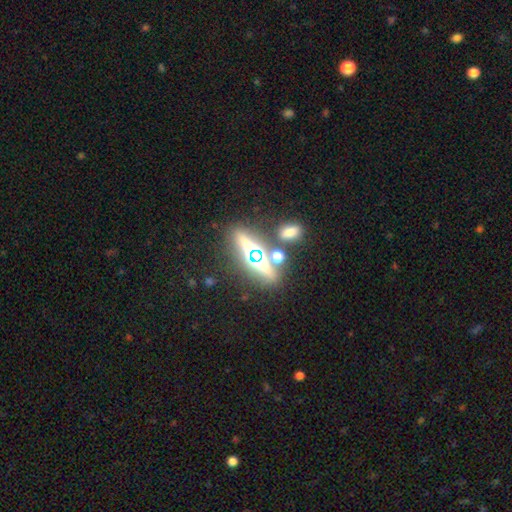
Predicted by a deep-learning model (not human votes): Q: Smooth or featured?
A: star or artifact (54%); runner-up: smooth (30%)